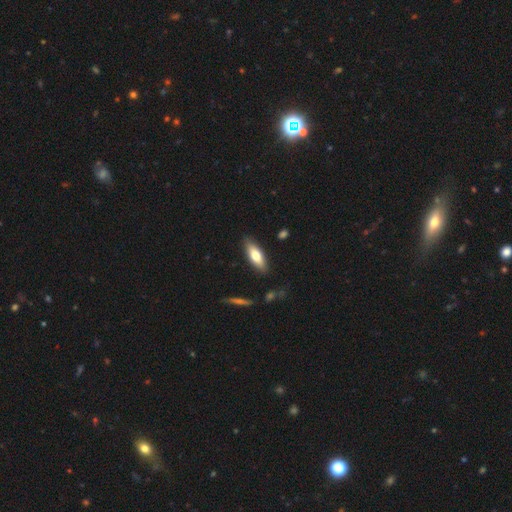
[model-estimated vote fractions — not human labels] A smooth galaxy with no disk features (67%) that is in between round and cigar-shaped (58%). Merging: none (86%).